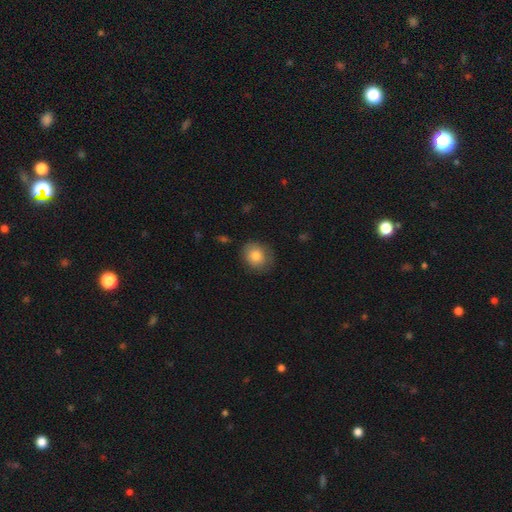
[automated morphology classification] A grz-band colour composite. It shows a smooth galaxy with no disk features (81%) that is round (69%). Merging: none (76%).